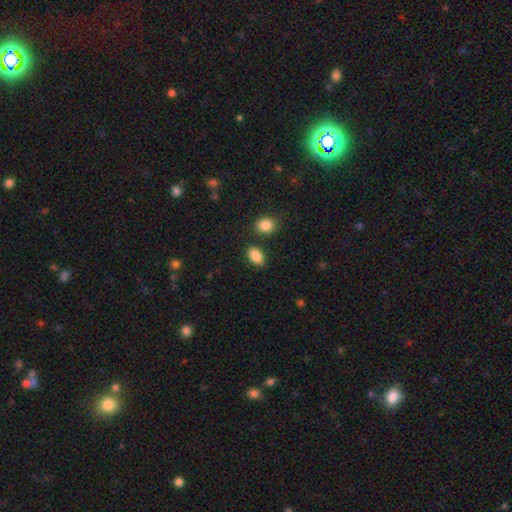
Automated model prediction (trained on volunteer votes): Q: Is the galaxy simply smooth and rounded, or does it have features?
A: smooth — 88%.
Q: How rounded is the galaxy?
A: in between — 89%.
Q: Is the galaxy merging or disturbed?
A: none — 81%.